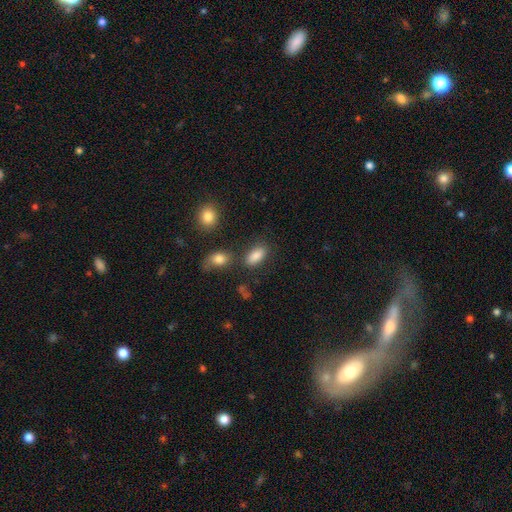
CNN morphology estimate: Overall: smooth (87%). How rounded: in between (91%). Merging: none (74%).